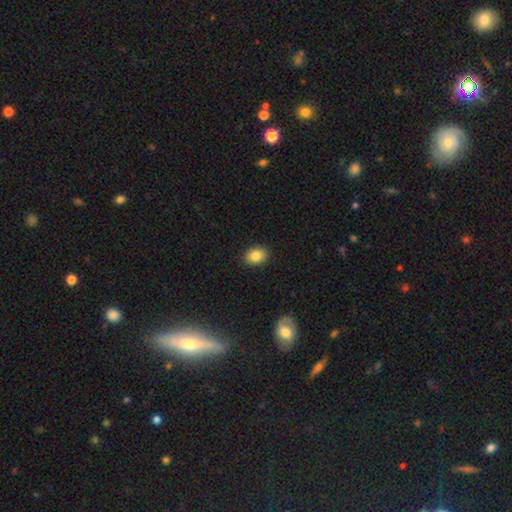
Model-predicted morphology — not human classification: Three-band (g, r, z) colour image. It shows a smooth galaxy with no disk features (85%) that is in between round and cigar-shaped (70%). Merging: none (89%).